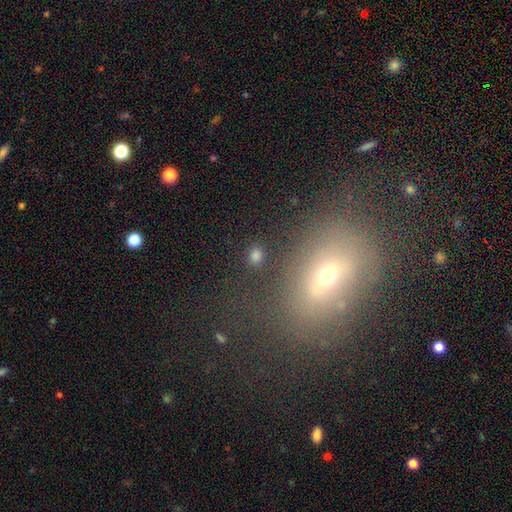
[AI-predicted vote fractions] Q: Smooth or featured?
A: smooth (75%); runner-up: star or artifact (17%)
Q: How rounded?
A: round (60%); runner-up: in between (37%)
Q: Merging?
A: none (85%); runner-up: minor disturbance (8%)